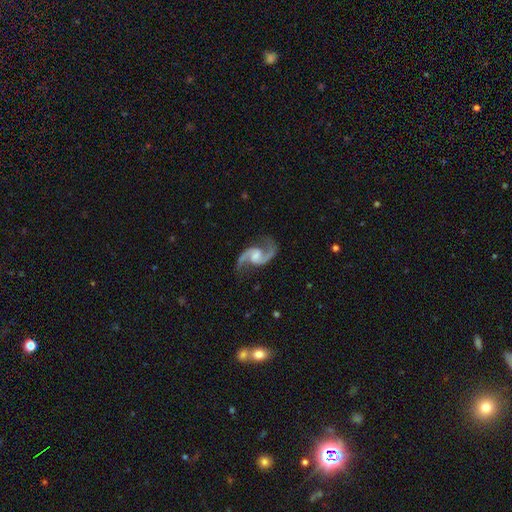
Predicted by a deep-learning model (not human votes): Smooth or featured: featured or disk — 93% (star or artifact — 4%)
Edge-on disk: no — 98% (yes — 2%)
Bar: weak — 47% (no — 40%)
Spiral arms: yes — 98% (no — 2%)
Spiral winding: loose — 49% (medium — 45%)
Spiral arm count: 2 — 95% (can't tell — 1%)
Bulge size: moderate — 34% (small — 30%)
Merging: none — 79% (minor disturbance — 13%)